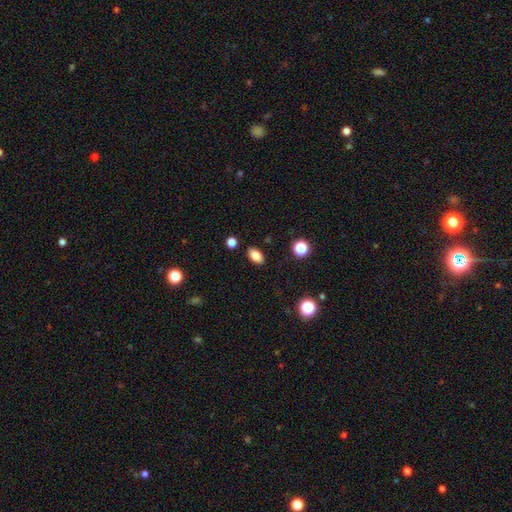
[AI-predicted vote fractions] Overall: smooth (82%). How rounded: in between (88%). Merging: none (87%).